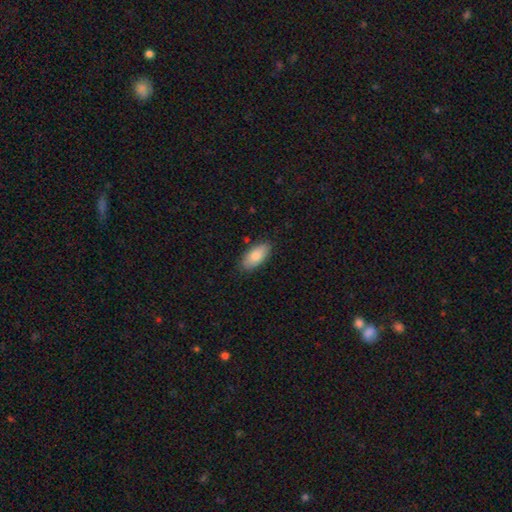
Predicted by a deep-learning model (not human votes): This is clearly a smooth galaxy (81%). How rounded: clearly in between (91%). Merging: clearly none (85%).